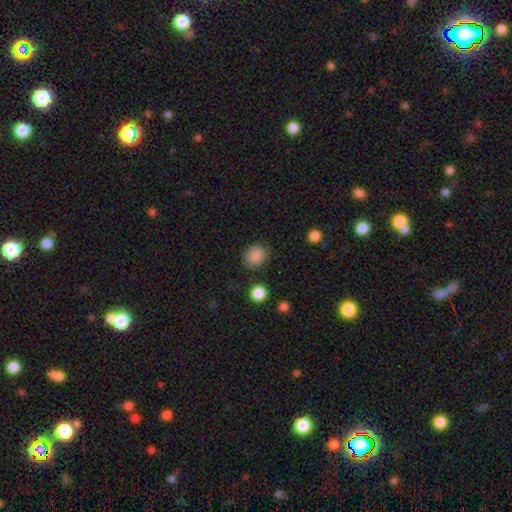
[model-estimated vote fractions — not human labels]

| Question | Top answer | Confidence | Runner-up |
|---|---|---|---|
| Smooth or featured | smooth | 86% | star or artifact (10%) |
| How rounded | round | 67% | in between (32%) |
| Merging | none | 80% | minor disturbance (14%) |